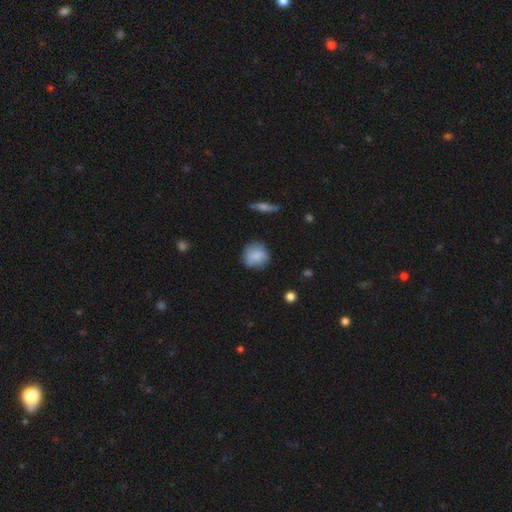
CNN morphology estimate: Q: Smooth or featured?
A: smooth (79%); runner-up: featured or disk (13%)
Q: How rounded?
A: round (82%); runner-up: in between (17%)
Q: Merging?
A: none (71%); runner-up: minor disturbance (21%)